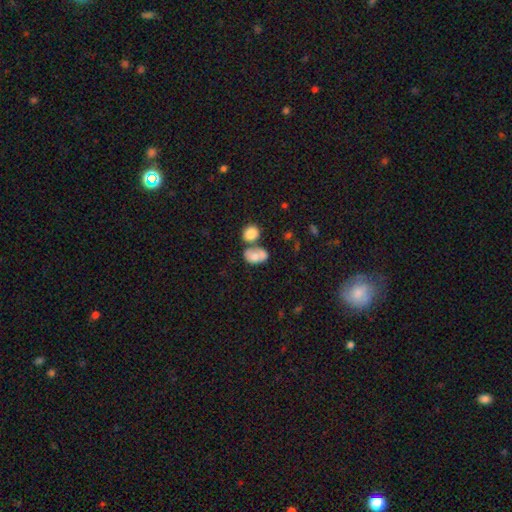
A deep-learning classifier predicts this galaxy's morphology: smooth-or-featured: smooth: 70% | featured or disk: 21% | star or artifact: 9%
  how-rounded: in between: 75% | round: 23% | cigar-shaped: 2%
  merging: merger: 50% | none: 30% | minor disturbance: 13% | major disturbance: 7%